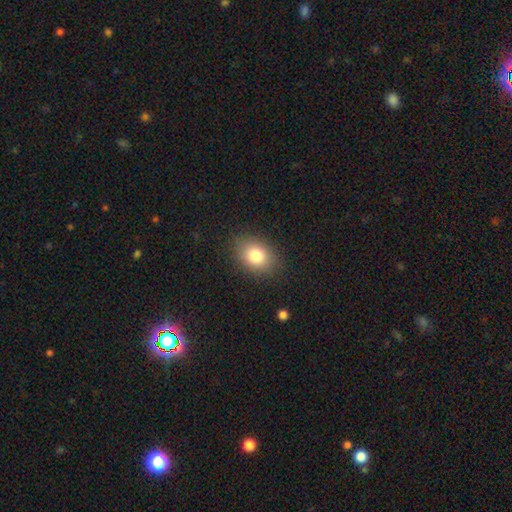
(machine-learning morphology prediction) smooth-or-featured: smooth: 81% | star or artifact: 10% | featured or disk: 9%
  how-rounded: in between: 68% | round: 31% | cigar-shaped: 1%
  merging: none: 85% | minor disturbance: 10% | major disturbance: 3% | merger: 1%